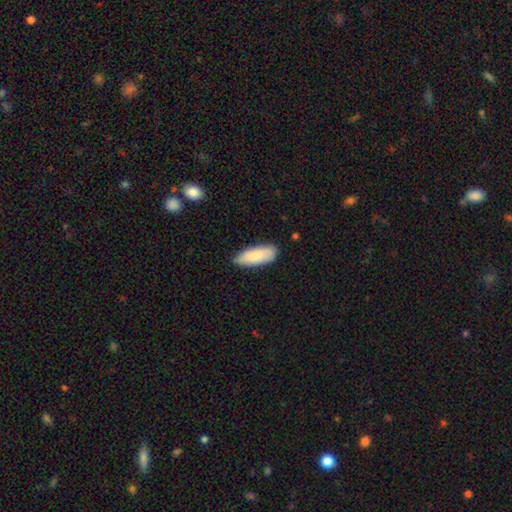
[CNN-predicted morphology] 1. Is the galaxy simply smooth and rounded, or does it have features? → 84% smooth, 11% featured or disk, 6% star or artifact.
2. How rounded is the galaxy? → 76% in between, 23% cigar-shaped, 2% round.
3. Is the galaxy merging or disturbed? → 83% none, 13% minor disturbance, 2% major disturbance, 1% merger.